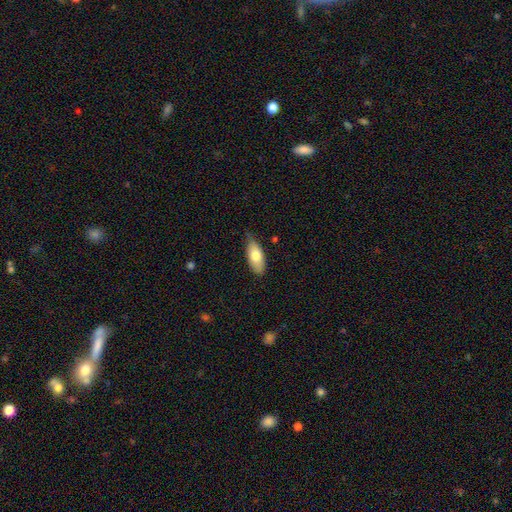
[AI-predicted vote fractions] smooth_or_featured: smooth (p=0.74) [alt: featured or disk p=0.20]
how_rounded: in between (p=0.84) [alt: cigar-shaped p=0.14]
merging: none (p=0.71) [alt: minor disturbance p=0.24]